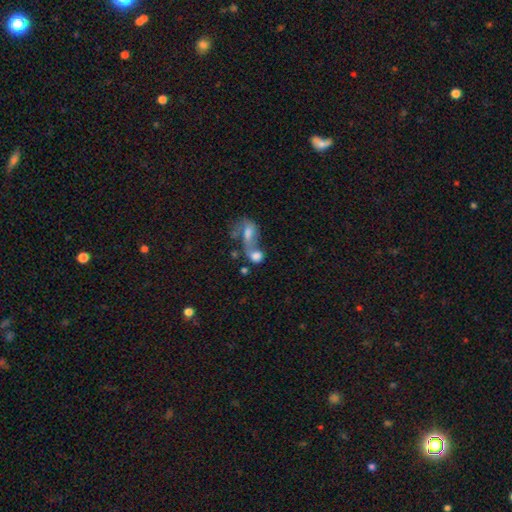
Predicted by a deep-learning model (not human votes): Overall: smooth (69%). How rounded: in between (49%; round 48%). Merging: merger (63%).